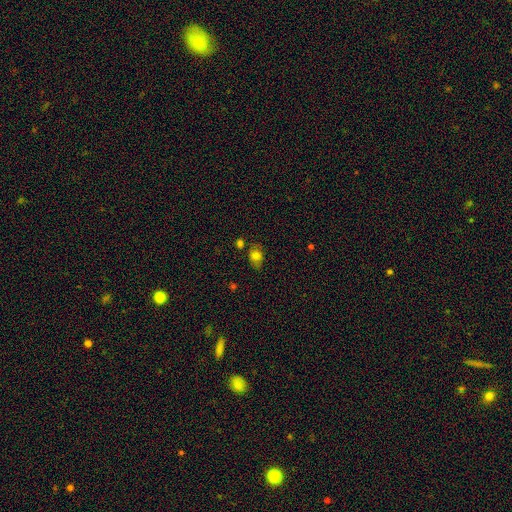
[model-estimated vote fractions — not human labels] Smooth or featured? smooth (73%)
How rounded? in between (65%)
Merging? none (62%)